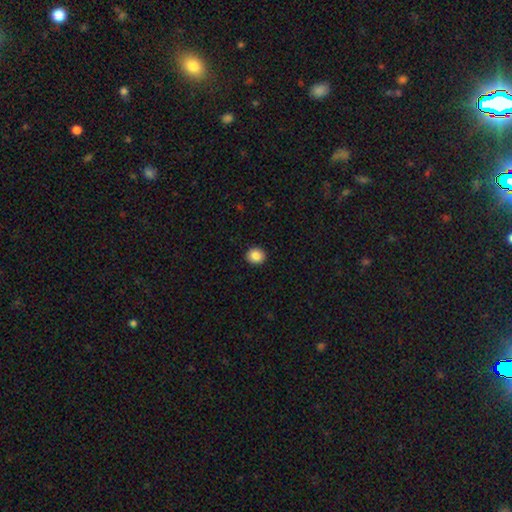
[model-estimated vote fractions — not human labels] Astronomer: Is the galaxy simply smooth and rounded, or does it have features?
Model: smooth — 87%.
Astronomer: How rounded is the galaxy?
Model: round — 83%.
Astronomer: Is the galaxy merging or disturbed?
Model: none — 93%.